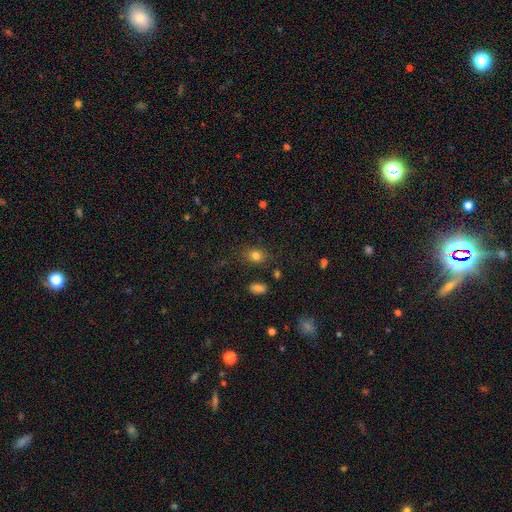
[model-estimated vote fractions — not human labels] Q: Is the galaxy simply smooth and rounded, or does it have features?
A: smooth — 81%.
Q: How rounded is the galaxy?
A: in between — 52%.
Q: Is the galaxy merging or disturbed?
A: none — 81%.